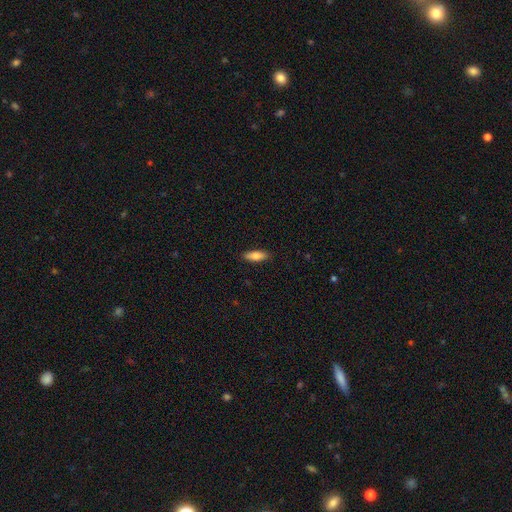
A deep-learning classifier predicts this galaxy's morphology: smooth-or-featured: smooth: 81% | featured or disk: 13% | star or artifact: 6%
  how-rounded: in between: 62% | cigar-shaped: 36% | round: 2%
  merging: none: 88% | minor disturbance: 9% | major disturbance: 2% | merger: 1%